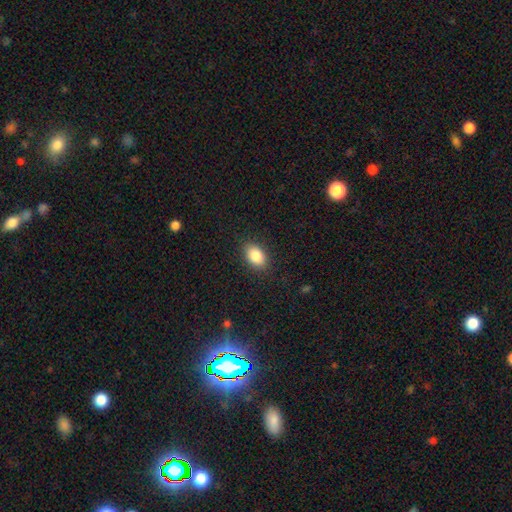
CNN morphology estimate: This appears to be a smooth galaxy with no disk features (86%) that is in between round and cigar-shaped (86%). Merging: none (88%).